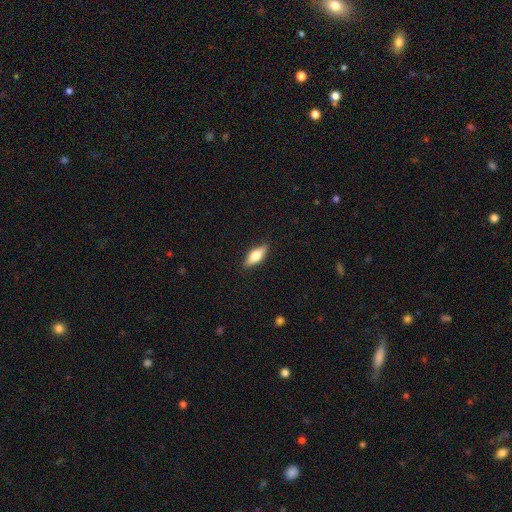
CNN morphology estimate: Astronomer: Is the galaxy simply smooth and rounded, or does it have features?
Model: smooth — 60%.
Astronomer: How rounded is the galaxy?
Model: in between — 66%.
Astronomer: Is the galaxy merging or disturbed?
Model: none — 87%.